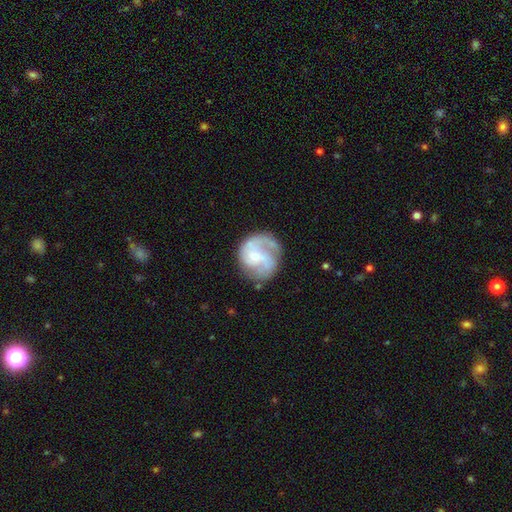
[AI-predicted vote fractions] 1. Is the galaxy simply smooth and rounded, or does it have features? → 73% featured or disk, 21% smooth, 6% star or artifact.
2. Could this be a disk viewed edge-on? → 98% no, 2% yes.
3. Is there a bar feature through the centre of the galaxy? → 61% no, 32% weak, 6% strong.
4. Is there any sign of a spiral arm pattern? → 87% yes, 13% no.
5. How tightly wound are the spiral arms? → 45% medium, 30% tight, 25% loose.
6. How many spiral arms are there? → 45% 2, 20% can't tell, 20% 3, 8% 1, 4% 4, 3% more than 4.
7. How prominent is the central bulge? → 64% small, 27% moderate, 6% none, 2% large, 1% dominant.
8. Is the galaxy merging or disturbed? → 57% none, 22% minor disturbance, 18% major disturbance, 3% merger.